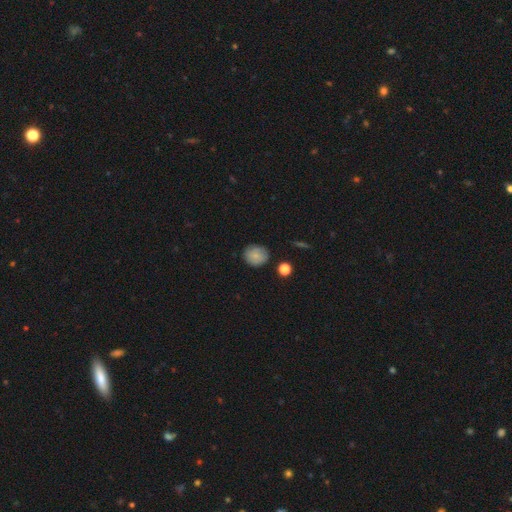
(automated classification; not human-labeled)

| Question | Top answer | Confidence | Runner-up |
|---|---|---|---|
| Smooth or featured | smooth | 79% | featured or disk (12%) |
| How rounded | round | 79% | in between (20%) |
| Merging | none | 82% | minor disturbance (13%) |